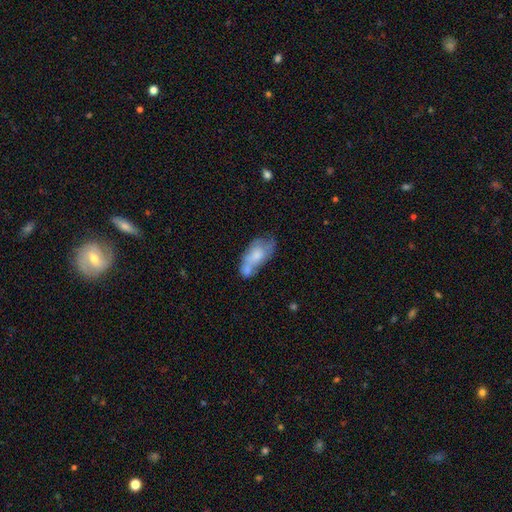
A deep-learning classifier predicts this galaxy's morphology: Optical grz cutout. It shows a smooth galaxy with no disk features (60%) that is in between round and cigar-shaped (89%). Merging: merger (33%).